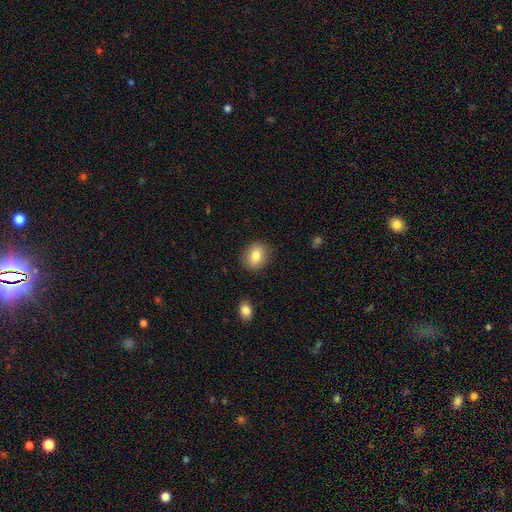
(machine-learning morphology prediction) Smooth or featured? Predicted: smooth (p=0.82). How rounded? Predicted: round (p=0.51). Merging? Predicted: none (p=0.86).